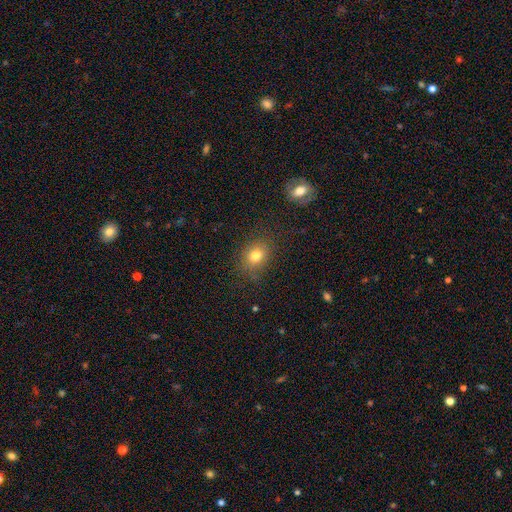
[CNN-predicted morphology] Smooth or featured: smooth — 78% (star or artifact — 13%)
How rounded: in between — 56% (round — 42%)
Merging: none — 82% (minor disturbance — 12%)